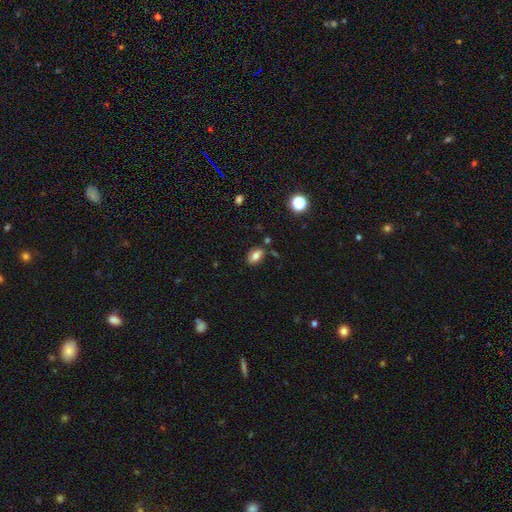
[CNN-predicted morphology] Smooth or featured? Predicted: smooth (p=0.76). How rounded? Predicted: in between (p=0.87). Merging? Predicted: none (p=0.76).